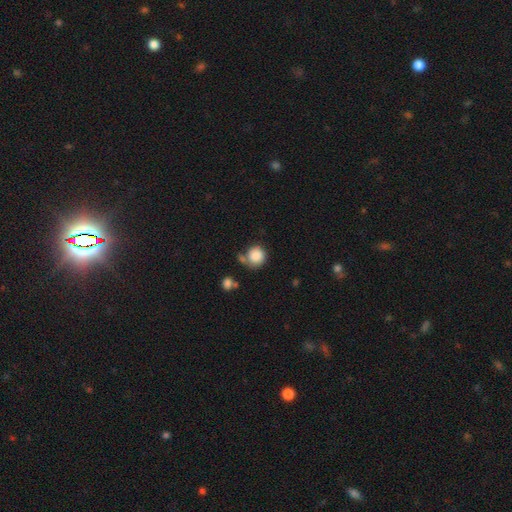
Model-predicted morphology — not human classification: smooth 85%, star or artifact 8%, featured or disk 7%. Down the decision tree: how rounded — round (89%); merging — none (55%).